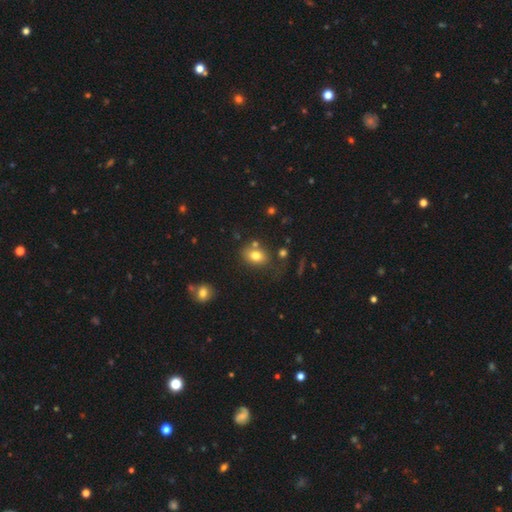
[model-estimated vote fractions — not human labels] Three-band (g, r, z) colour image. It shows a smooth galaxy with no disk features (78%) that is in between round and cigar-shaped (69%). Merging: none (65%).